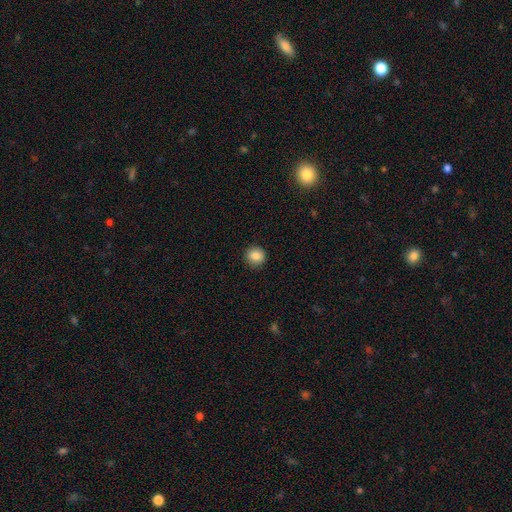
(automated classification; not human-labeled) smooth_or_featured: smooth (p=0.86) [alt: star or artifact p=0.09]
how_rounded: round (p=0.92) [alt: in between p=0.07]
merging: none (p=0.91) [alt: minor disturbance p=0.06]